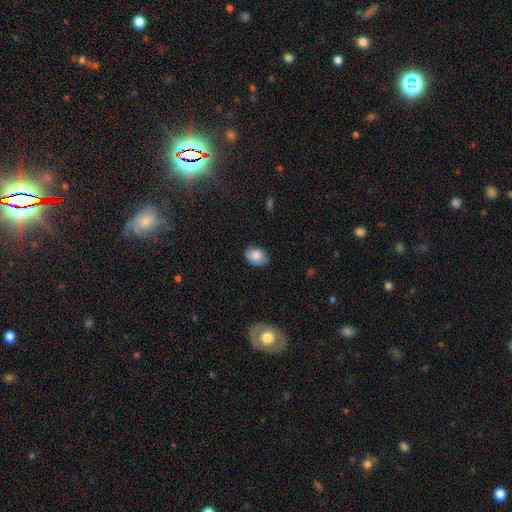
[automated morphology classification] smooth 83%, featured or disk 10%, star or artifact 7%. Down the decision tree: how rounded — in between (77%); merging — none (81%).